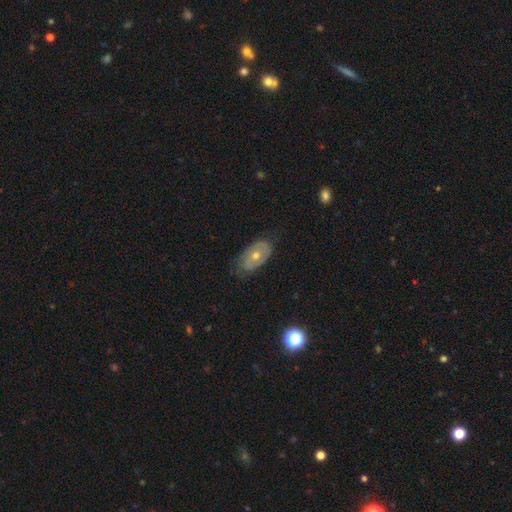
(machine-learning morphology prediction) A featured or disk galaxy (55%).

Vote fractions:
- Smooth or featured? featured or disk: 55% / smooth: 37% / star or artifact: 8%
- Edge-on disk? no: 88% / yes: 12%
- Merging? none: 72% / minor disturbance: 21% / major disturbance: 5% / merger: 1%